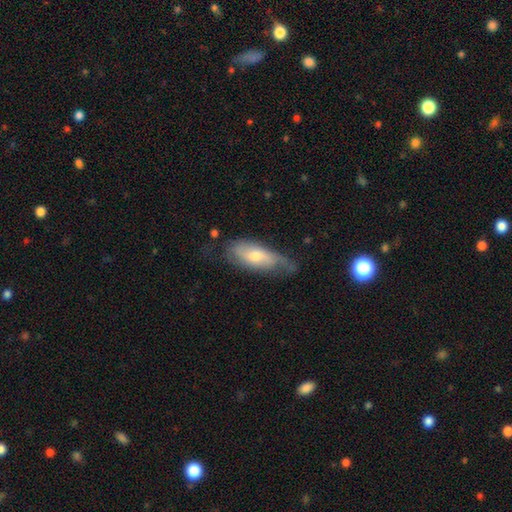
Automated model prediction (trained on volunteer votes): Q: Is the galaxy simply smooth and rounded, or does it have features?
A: smooth — 47%.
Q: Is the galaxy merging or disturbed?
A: none — 48%.